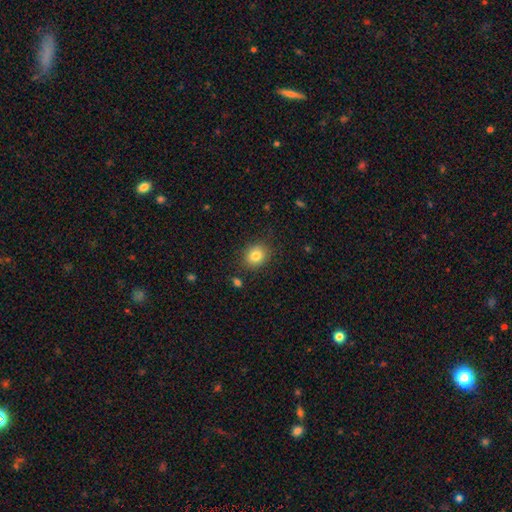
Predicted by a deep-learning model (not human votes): Smooth or featured? smooth (82%)
How rounded? round (67%)
Merging? none (86%)